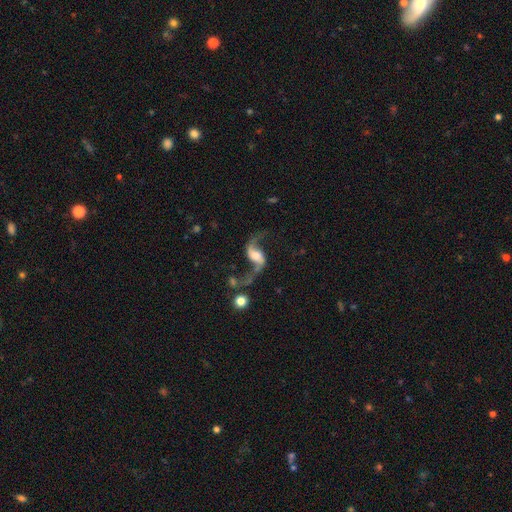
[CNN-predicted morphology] A featured or disk galaxy (88%) with a weak bar (40%), 2 (94%) loose (90%) spiral arms (97%) and a large central bulge (30%). Merging: none (62%).